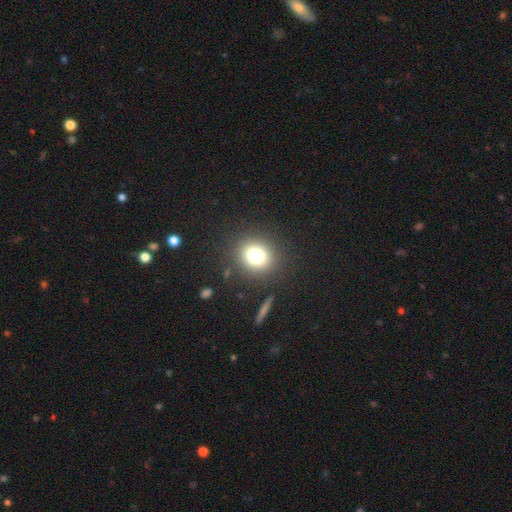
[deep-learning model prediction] Smooth or featured? smooth (77%)
How rounded? round (79%)
Merging? none (86%)